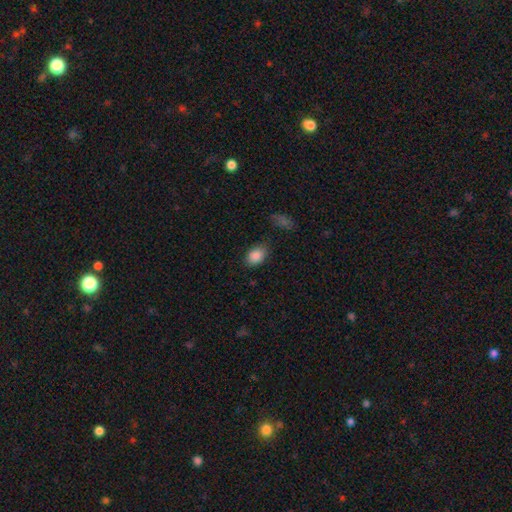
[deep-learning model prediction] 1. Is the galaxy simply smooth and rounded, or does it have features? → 86% smooth, 8% star or artifact, 6% featured or disk.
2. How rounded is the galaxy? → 78% in between, 21% round, 1% cigar-shaped.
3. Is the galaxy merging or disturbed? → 79% none, 15% minor disturbance, 3% major disturbance, 2% merger.